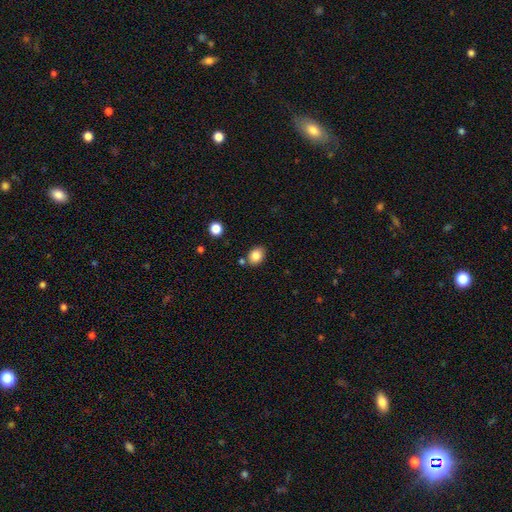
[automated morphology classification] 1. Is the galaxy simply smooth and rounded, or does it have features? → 85% smooth, 9% star or artifact, 6% featured or disk.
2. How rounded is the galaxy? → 61% in between, 38% round, 1% cigar-shaped.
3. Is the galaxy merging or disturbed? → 76% none, 12% minor disturbance, 9% merger, 3% major disturbance.